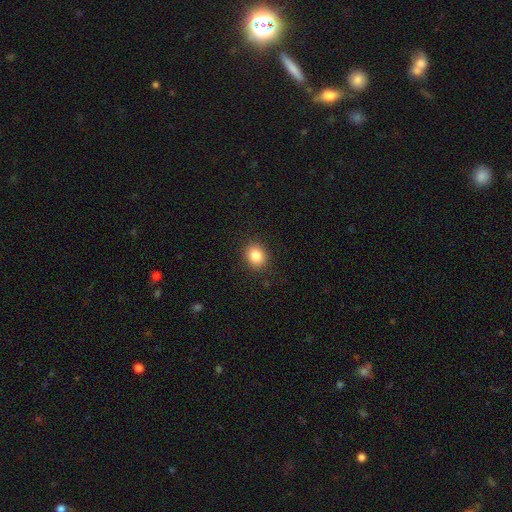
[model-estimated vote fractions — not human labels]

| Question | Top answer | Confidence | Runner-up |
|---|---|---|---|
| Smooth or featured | smooth | 84% | star or artifact (10%) |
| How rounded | round | 66% | in between (33%) |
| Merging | none | 89% | minor disturbance (8%) |